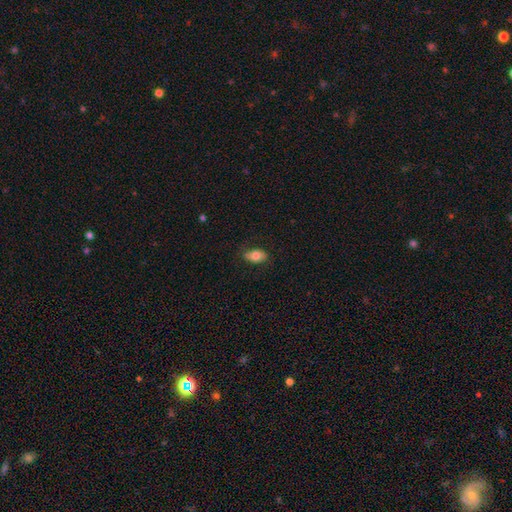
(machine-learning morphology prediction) This appears to be a smooth galaxy with no disk features (73%) that is in between round and cigar-shaped (89%). Merging: none (79%).